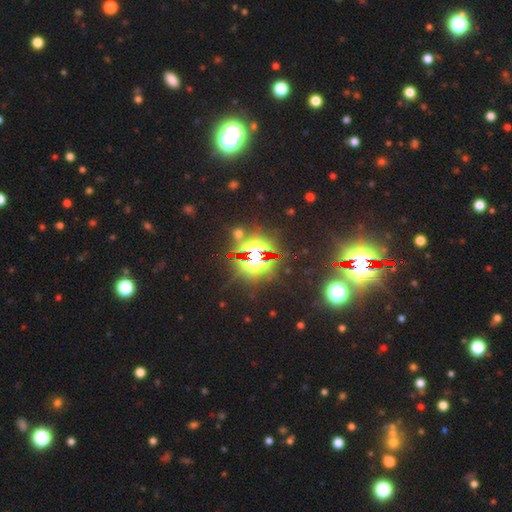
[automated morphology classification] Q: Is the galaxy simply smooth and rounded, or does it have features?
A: star or artifact — 79%.